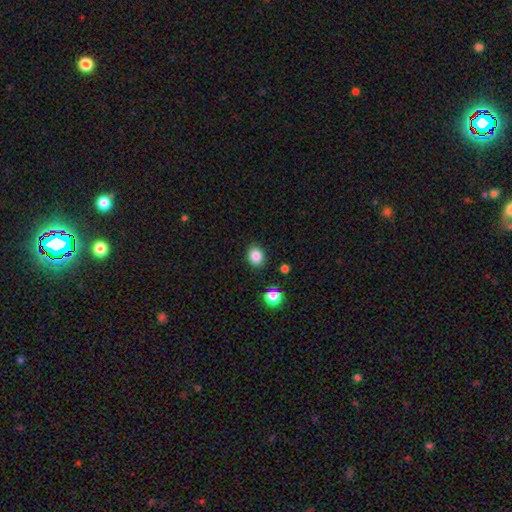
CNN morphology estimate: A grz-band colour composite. It shows a smooth galaxy with no disk features (85%) that is round (58%). Merging: none (87%).